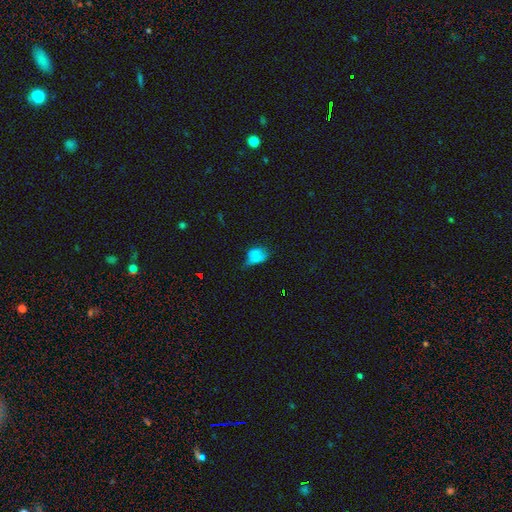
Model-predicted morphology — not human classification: Smooth or featured: smooth — 55% (featured or disk — 26%)
How rounded: in between — 72% (round — 22%)
Merging: merger — 41% (none — 31%)